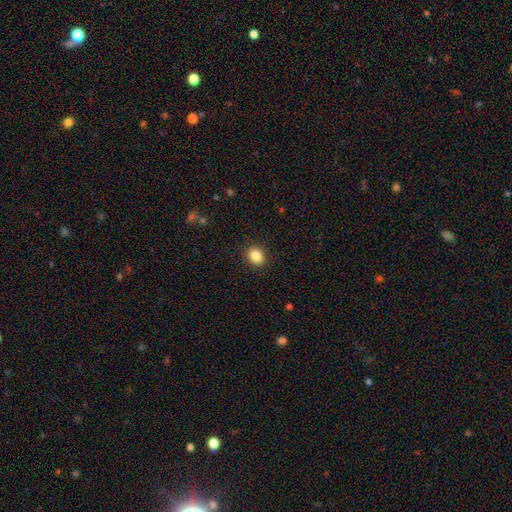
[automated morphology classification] A smooth galaxy with no disk features (86%) that is in between round and cigar-shaped (51%).

Vote fractions:
- Smooth or featured? smooth: 86% / star or artifact: 9% / featured or disk: 4%
- How rounded? in between: 51% / round: 48% / cigar-shaped: 1%
- Merging? none: 90% / minor disturbance: 7% / major disturbance: 2% / merger: 1%